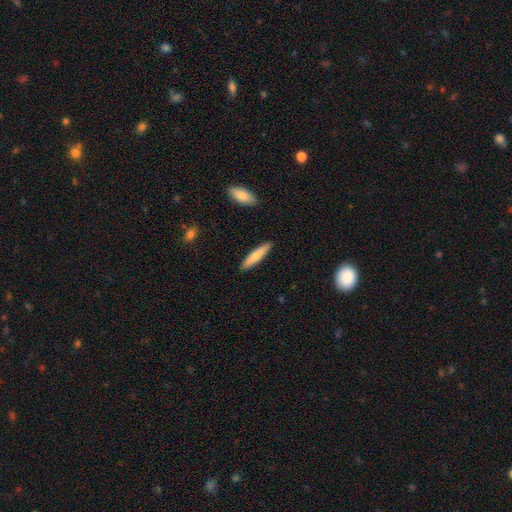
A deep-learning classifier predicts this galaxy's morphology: Smooth or featured: smooth — 73% (featured or disk — 22%)
How rounded: cigar-shaped — 82% (in between — 17%)
Merging: none — 90% (minor disturbance — 7%)